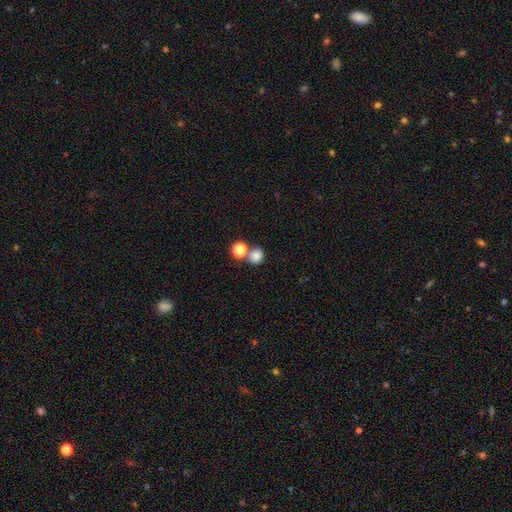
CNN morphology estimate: smooth-or-featured: smooth: 81% | star or artifact: 13% | featured or disk: 6%
  how-rounded: round: 81% | in between: 18% | cigar-shaped: 1%
  merging: none: 57% | merger: 31% | minor disturbance: 8% | major disturbance: 4%